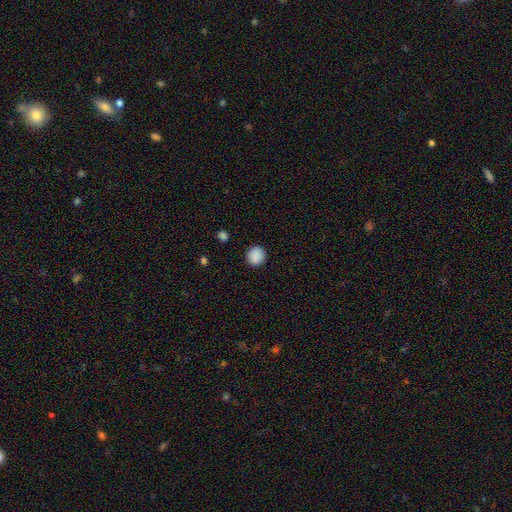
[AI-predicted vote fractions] smooth-or-featured: smooth: 89% | star or artifact: 9% | featured or disk: 2%
  how-rounded: round: 88% | in between: 12% | cigar-shaped: 1%
  merging: none: 91% | minor disturbance: 6% | major disturbance: 2% | merger: 1%